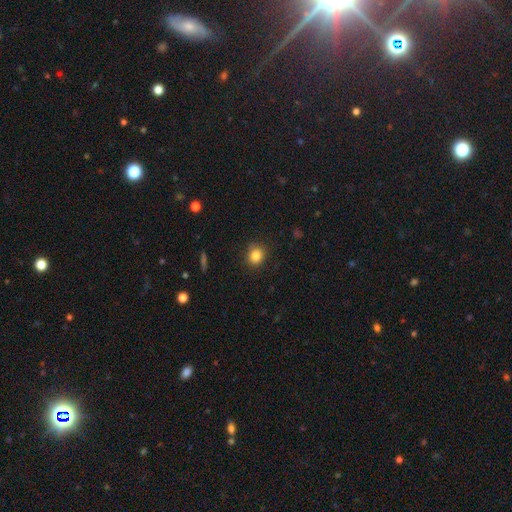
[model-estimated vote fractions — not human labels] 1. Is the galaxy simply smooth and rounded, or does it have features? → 84% smooth, 11% star or artifact, 5% featured or disk.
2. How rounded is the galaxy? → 81% round, 18% in between, 1% cigar-shaped.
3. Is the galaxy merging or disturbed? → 85% none, 11% minor disturbance, 3% major disturbance, 1% merger.